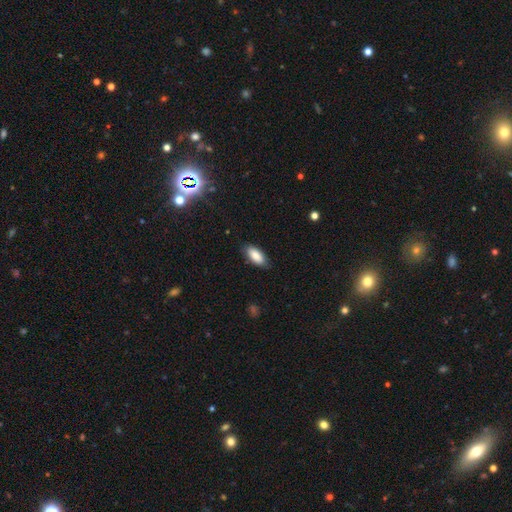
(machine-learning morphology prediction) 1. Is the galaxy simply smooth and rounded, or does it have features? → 86% smooth, 8% featured or disk, 7% star or artifact.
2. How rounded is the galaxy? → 86% in between, 12% cigar-shaped, 2% round.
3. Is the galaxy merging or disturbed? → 84% none, 12% minor disturbance, 2% major disturbance, 1% merger.